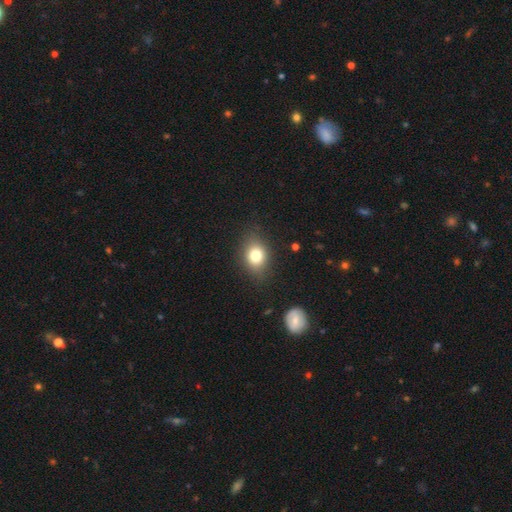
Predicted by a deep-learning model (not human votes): Smooth or featured?
  - smooth: 77% *
  - featured or disk: 12%
  - star or artifact: 11%
How rounded?
  - in between: 56% *
  - round: 43%
  - cigar-shaped: 2%
Merging?
  - none: 78% *
  - minor disturbance: 16%
  - major disturbance: 4%
  - merger: 2%